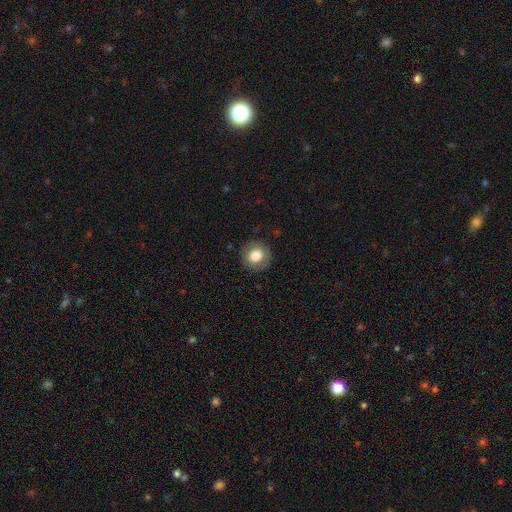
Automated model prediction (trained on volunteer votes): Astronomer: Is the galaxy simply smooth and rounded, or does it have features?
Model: smooth — 77%.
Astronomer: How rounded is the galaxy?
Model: round — 92%.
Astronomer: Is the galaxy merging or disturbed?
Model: none — 88%.